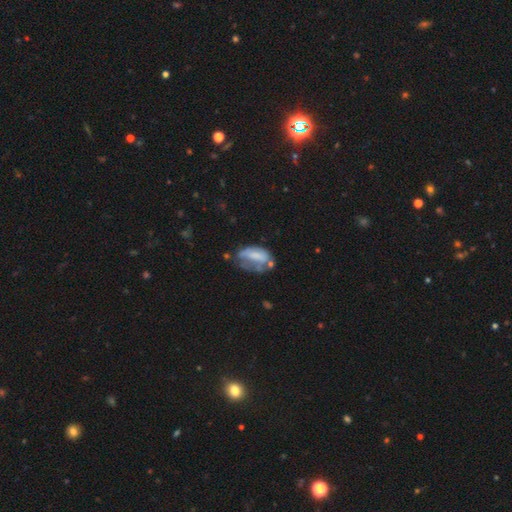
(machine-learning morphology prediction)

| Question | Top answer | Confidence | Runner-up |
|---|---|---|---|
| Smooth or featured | smooth | 54% | featured or disk (37%) |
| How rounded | in between | 88% | cigar-shaped (6%) |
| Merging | major disturbance | 31% | minor disturbance (29%) |